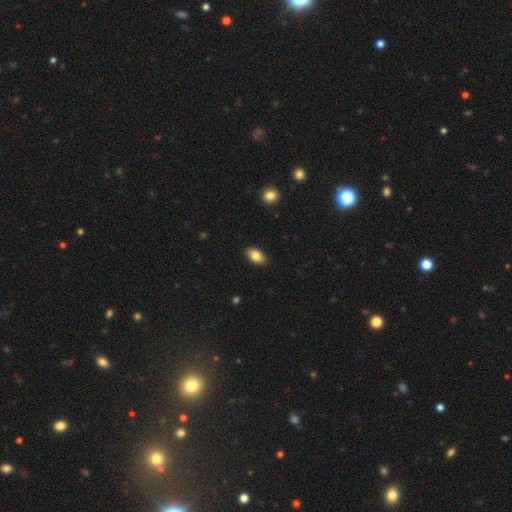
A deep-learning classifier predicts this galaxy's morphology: This is clearly a smooth galaxy (84%). How rounded: clearly in between (91%). Merging: clearly none (90%).